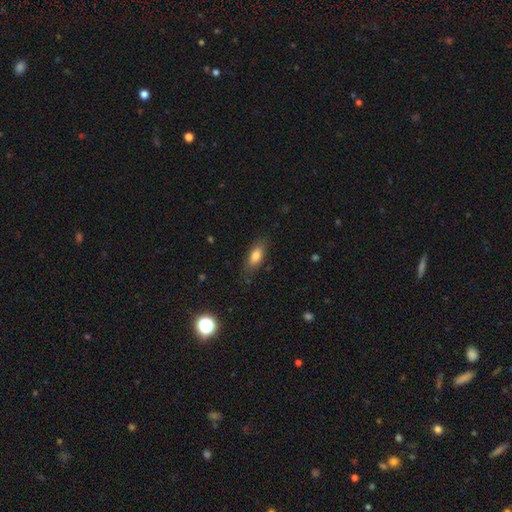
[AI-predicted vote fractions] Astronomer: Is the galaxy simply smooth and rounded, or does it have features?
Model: smooth — 80%.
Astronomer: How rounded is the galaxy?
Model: in between — 77%.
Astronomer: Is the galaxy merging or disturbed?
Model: none — 81%.